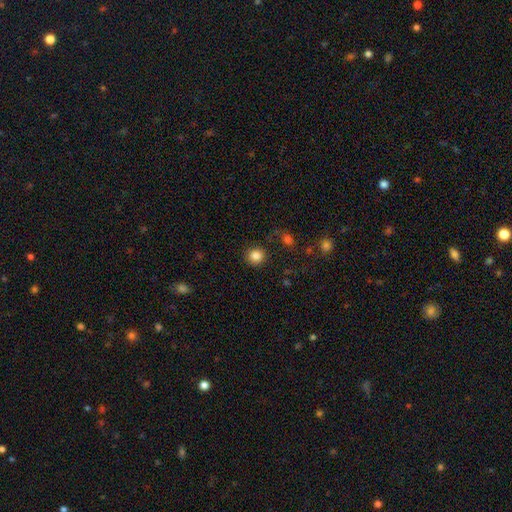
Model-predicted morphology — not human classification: Smooth or featured? smooth (85%)
How rounded? round (92%)
Merging? none (87%)